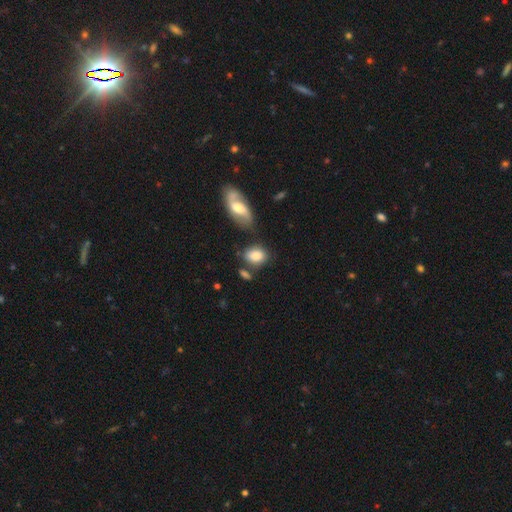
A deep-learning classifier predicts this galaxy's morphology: This is likely a smooth galaxy (80%). How rounded: likely in between (66%). Merging: likely none (64%).